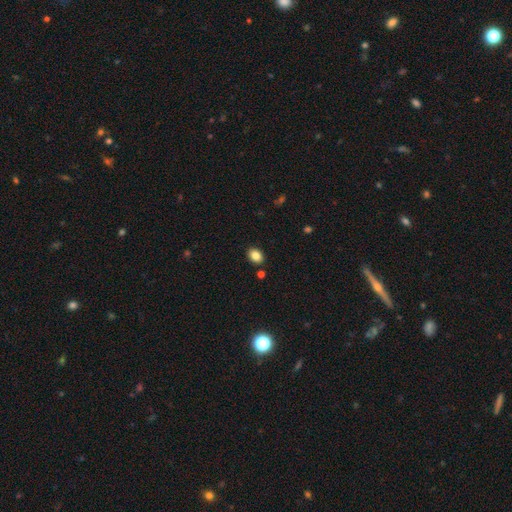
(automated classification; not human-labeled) This appears to be a smooth galaxy with no disk features (86%) that is in between round and cigar-shaped (74%). Merging: none (87%).